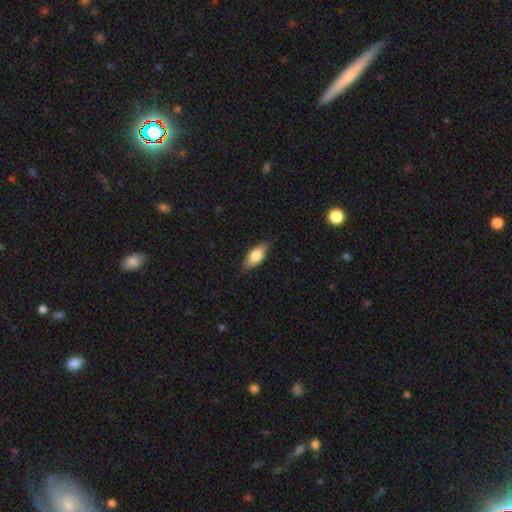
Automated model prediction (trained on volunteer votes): A smooth galaxy with no disk features (73%) that is in between round and cigar-shaped (81%).

Vote fractions:
- Smooth or featured? smooth: 73% / featured or disk: 21% / star or artifact: 6%
- How rounded? in between: 81% / cigar-shaped: 15% / round: 3%
- Merging? none: 82% / minor disturbance: 15% / major disturbance: 3% / merger: 1%